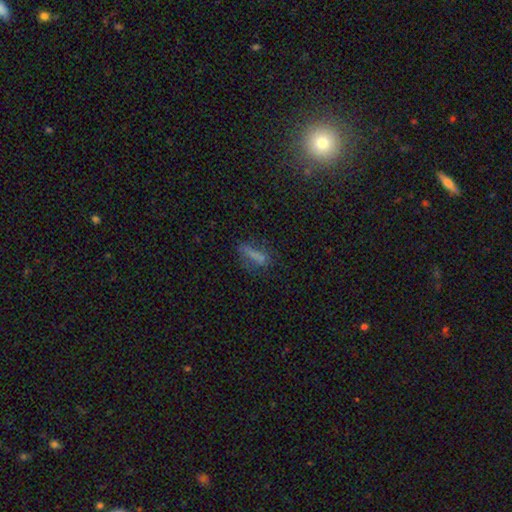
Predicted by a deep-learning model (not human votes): Smooth or featured? Predicted: smooth (p=0.66). How rounded? Predicted: cigar-shaped (p=0.59). Merging? Predicted: none (p=0.59).